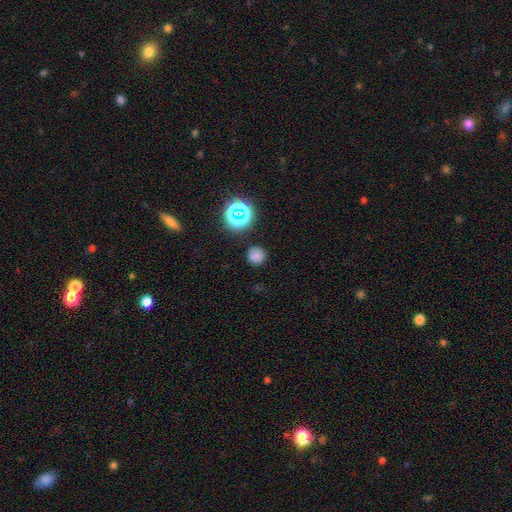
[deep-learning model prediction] smooth-or-featured: smooth: 74% | star or artifact: 21% | featured or disk: 5%
  how-rounded: round: 93% | in between: 6% | cigar-shaped: 1%
  merging: none: 86% | minor disturbance: 8% | major disturbance: 3% | merger: 2%